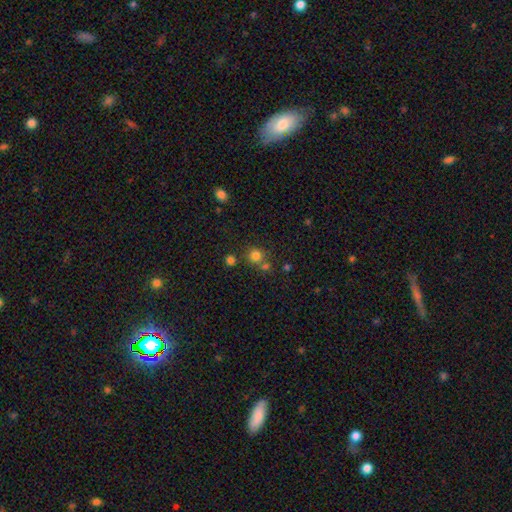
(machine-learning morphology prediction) Smooth or featured? Predicted: smooth (p=0.77). How rounded? Predicted: round (p=0.88). Merging? Predicted: none (p=0.65).